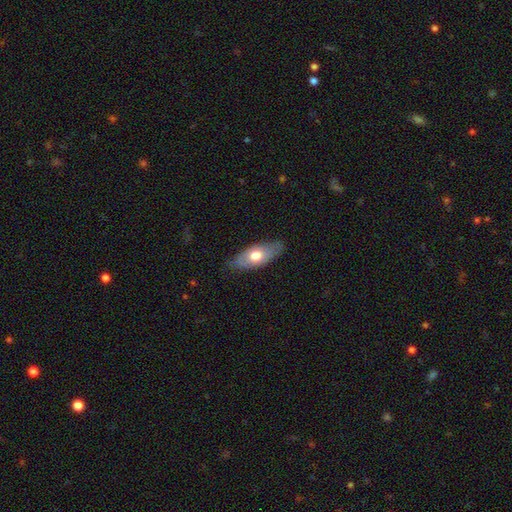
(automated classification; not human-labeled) Smooth or featured?
  - smooth: 61% *
  - featured or disk: 34%
  - star or artifact: 6%
How rounded?
  - in between: 82% *
  - cigar-shaped: 14%
  - round: 3%
Merging?
  - none: 77% *
  - minor disturbance: 19%
  - major disturbance: 4%
  - merger: 1%